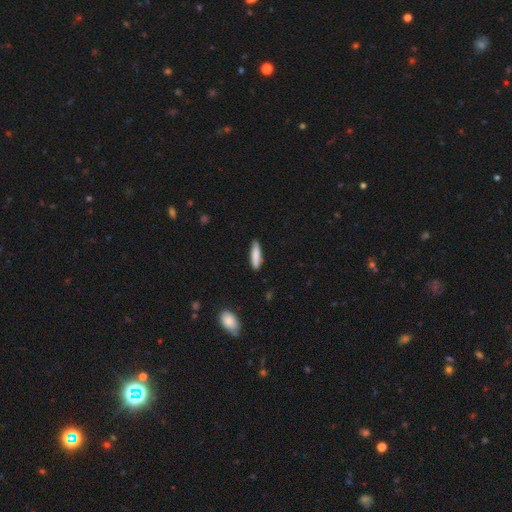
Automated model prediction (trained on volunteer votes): A smooth galaxy with no disk features (83%) that is cigar-shaped (78%). Merging: none (87%).